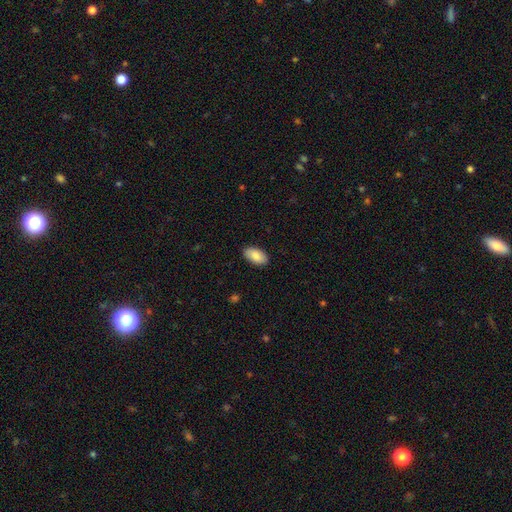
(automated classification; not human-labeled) This is clearly a smooth galaxy (87%). How rounded: clearly in between (95%). Merging: clearly none (89%).